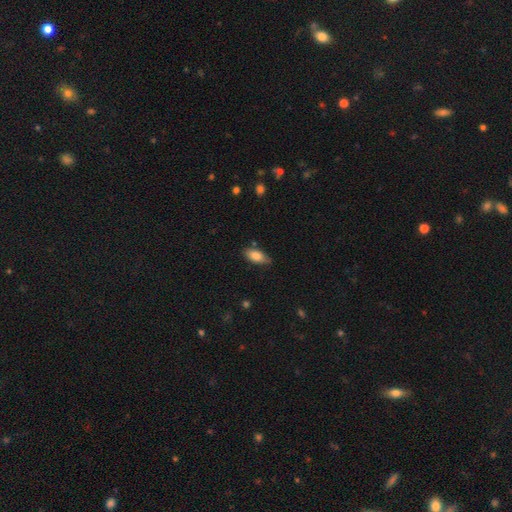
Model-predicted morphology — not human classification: Smooth or featured: smooth — 82% (featured or disk — 11%)
How rounded: in between — 89% (cigar-shaped — 8%)
Merging: none — 74% (minor disturbance — 21%)